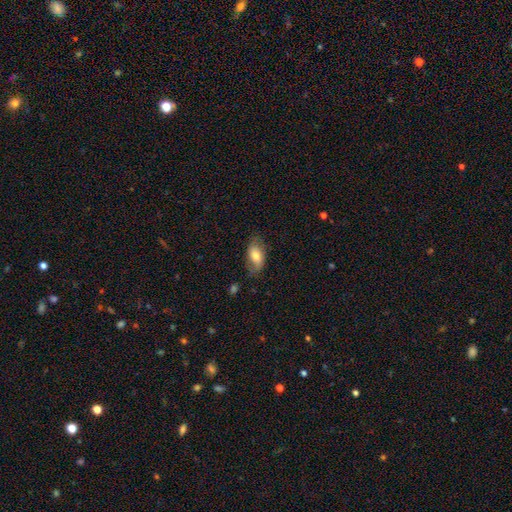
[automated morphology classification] Smooth or featured?
  - smooth: 67% *
  - featured or disk: 26%
  - star or artifact: 7%
How rounded?
  - in between: 91% *
  - round: 5%
  - cigar-shaped: 4%
Merging?
  - none: 71% *
  - minor disturbance: 22%
  - major disturbance: 6%
  - merger: 2%